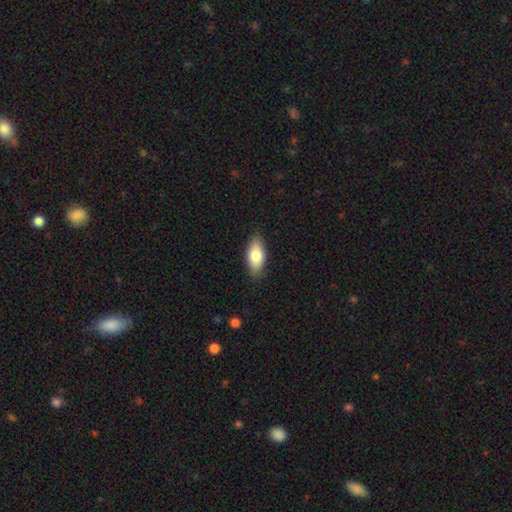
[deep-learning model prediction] Smooth or featured? smooth (79%)
How rounded? in between (87%)
Merging? none (86%)